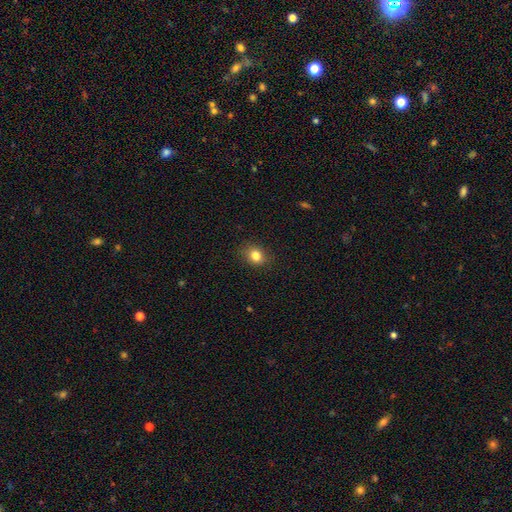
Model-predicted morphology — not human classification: smooth_or_featured: smooth (p=0.82) [alt: star or artifact p=0.11]
how_rounded: round (p=0.56) [alt: in between p=0.43]
merging: none (p=0.86) [alt: minor disturbance p=0.10]